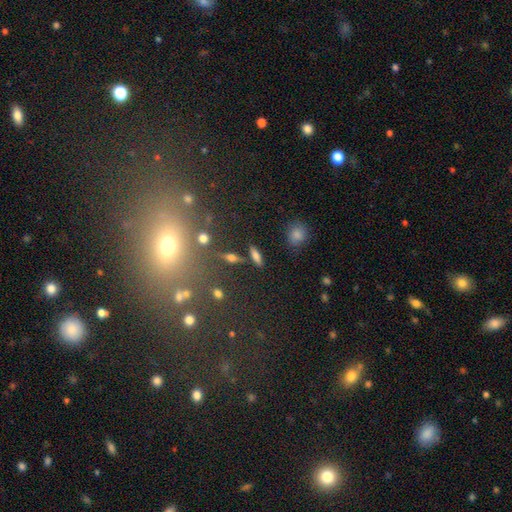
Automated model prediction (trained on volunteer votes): Smooth or featured? smooth (64%)
How rounded? cigar-shaped (52%)
Merging? none (80%)